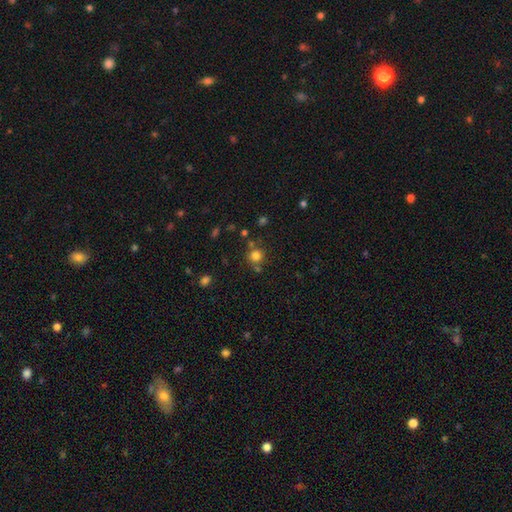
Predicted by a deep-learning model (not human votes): The model was most divided on "merging": none: 72%, merger: 15%, minor disturbance: 10%, major disturbance: 4%. More confident: how rounded — round (92%); smooth or featured — smooth (78%).